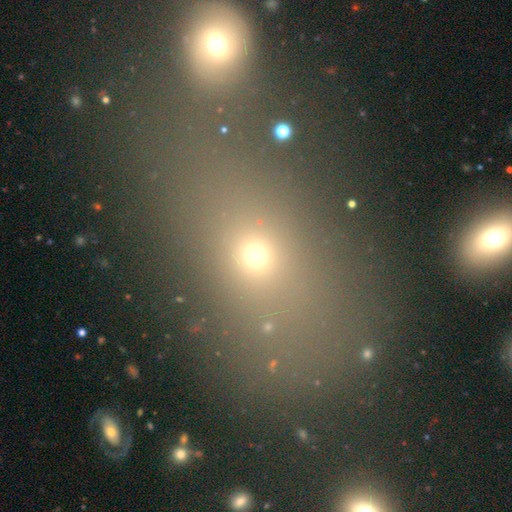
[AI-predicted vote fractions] smooth-or-featured: smooth: 69% | star or artifact: 22% | featured or disk: 9%
  how-rounded: round: 70% | in between: 27% | cigar-shaped: 3%
  merging: none: 67% | merger: 16% | minor disturbance: 10% | major disturbance: 6%